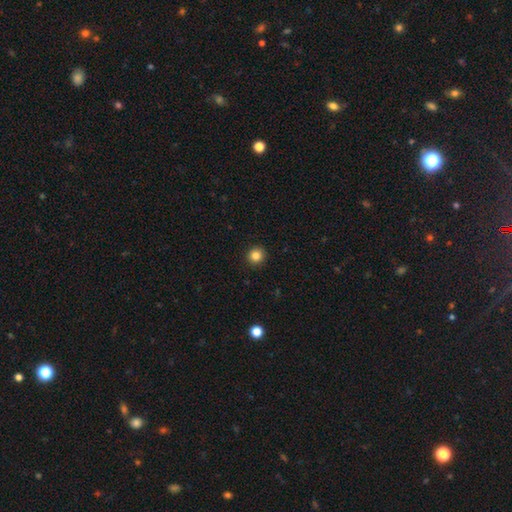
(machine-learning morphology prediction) Overall: smooth (84%). How rounded: round (93%). Merging: none (93%).